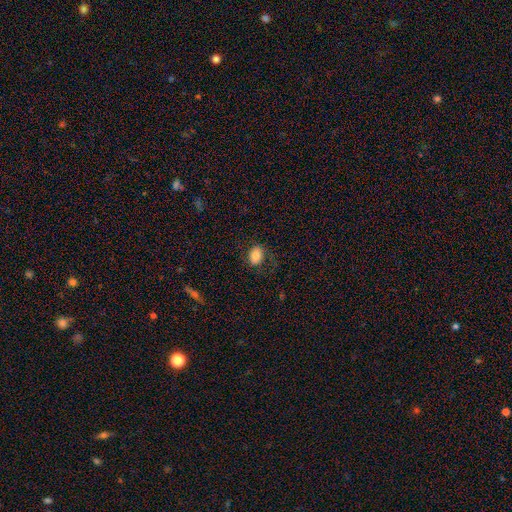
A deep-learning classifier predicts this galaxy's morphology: Smooth or featured? Predicted: smooth (p=0.78). How rounded? Predicted: in between (p=0.62). Merging? Predicted: none (p=0.73).